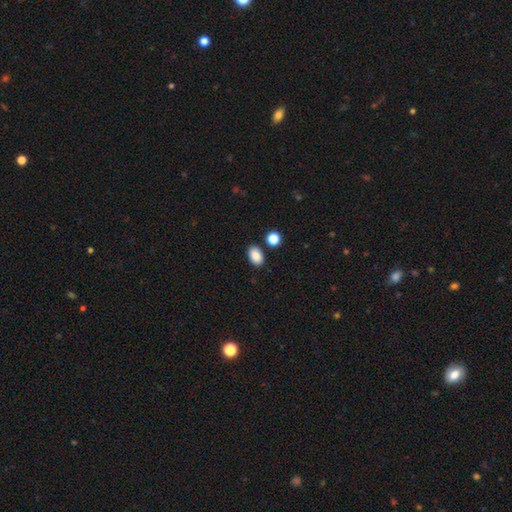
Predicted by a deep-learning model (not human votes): This appears to be a smooth galaxy with no disk features (88%) that is in between round and cigar-shaped (85%). Merging: none (84%).